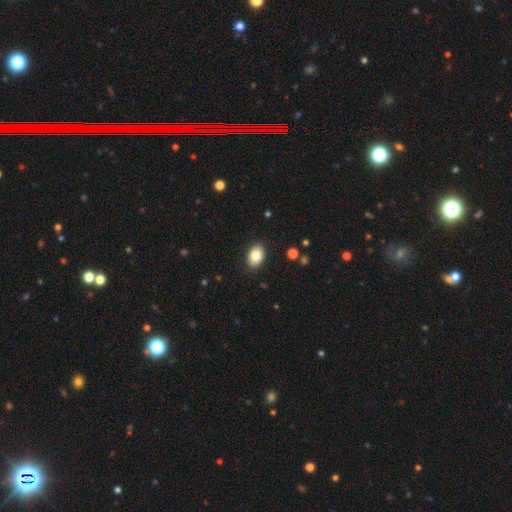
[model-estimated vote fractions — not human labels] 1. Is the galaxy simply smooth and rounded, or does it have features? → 83% smooth, 9% featured or disk, 8% star or artifact.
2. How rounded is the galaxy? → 83% in between, 16% round, 1% cigar-shaped.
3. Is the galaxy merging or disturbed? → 88% none, 9% minor disturbance, 2% major disturbance, 1% merger.